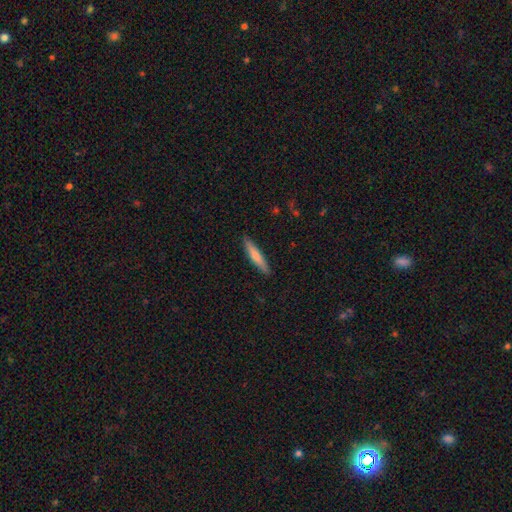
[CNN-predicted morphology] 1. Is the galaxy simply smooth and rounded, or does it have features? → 69% smooth, 26% featured or disk, 5% star or artifact.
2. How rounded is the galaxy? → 90% cigar-shaped, 9% in between, 1% round.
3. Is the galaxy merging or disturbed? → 89% none, 8% minor disturbance, 2% major disturbance, 1% merger.